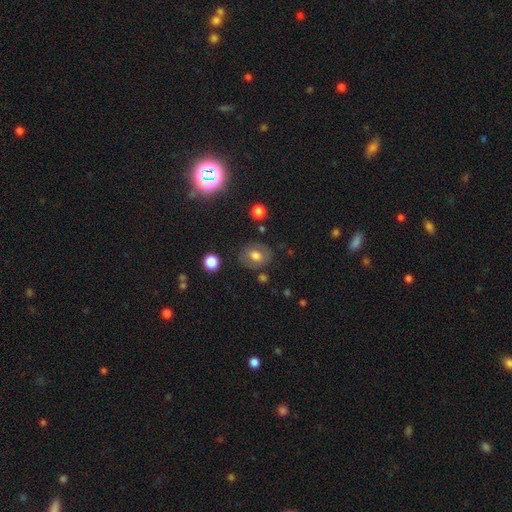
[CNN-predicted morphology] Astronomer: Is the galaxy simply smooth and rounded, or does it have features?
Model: smooth — 67%.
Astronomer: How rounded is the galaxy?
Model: in between — 50% (runner-up: round, 49%).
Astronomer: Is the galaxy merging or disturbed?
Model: none — 77%.